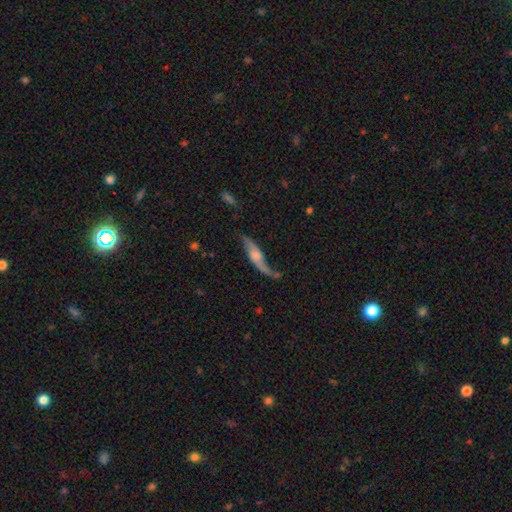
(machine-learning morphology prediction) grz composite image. It shows a featured or disk galaxy (72%). Merging: none (52%).